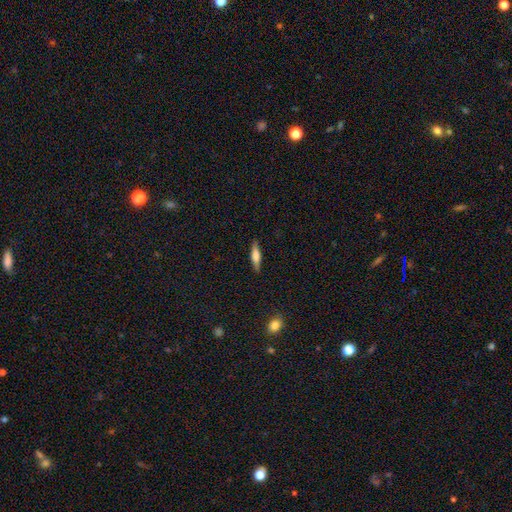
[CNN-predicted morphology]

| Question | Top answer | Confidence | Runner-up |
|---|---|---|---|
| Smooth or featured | smooth | 61% | featured or disk (32%) |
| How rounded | cigar-shaped | 77% | in between (21%) |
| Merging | none | 87% | minor disturbance (9%) |